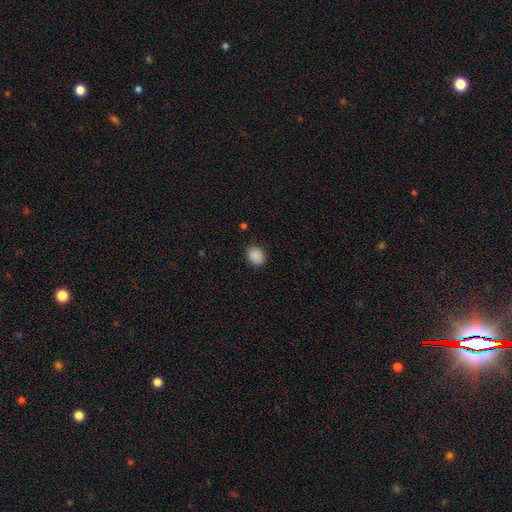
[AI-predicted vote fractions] Smooth or featured?
  - smooth: 89% *
  - star or artifact: 9%
  - featured or disk: 2%
How rounded?
  - round: 54% *
  - in between: 46%
  - cigar-shaped: 1%
Merging?
  - none: 87% *
  - minor disturbance: 9%
  - major disturbance: 3%
  - merger: 1%